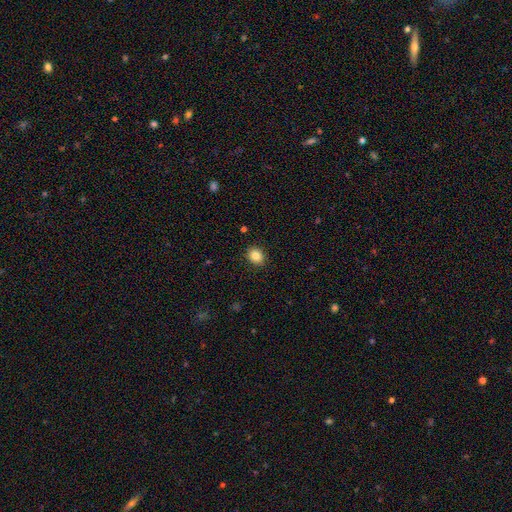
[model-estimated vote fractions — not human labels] Smooth or featured?
  - smooth: 85% *
  - star or artifact: 10%
  - featured or disk: 5%
How rounded?
  - round: 59% *
  - in between: 40%
  - cigar-shaped: 1%
Merging?
  - none: 90% *
  - minor disturbance: 7%
  - major disturbance: 2%
  - merger: 1%